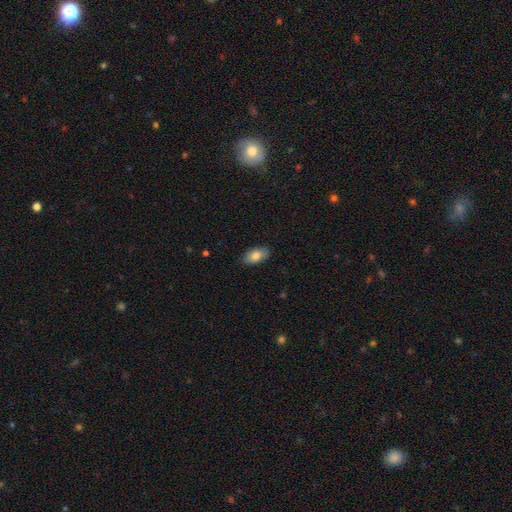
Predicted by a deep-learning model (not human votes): The model was most divided on "smooth or featured": smooth: 79%, featured or disk: 14%, star or artifact: 7%. More confident: how rounded — in between (93%); merging — none (86%).